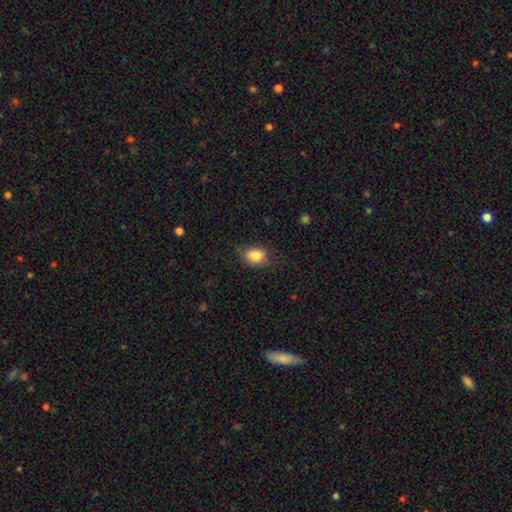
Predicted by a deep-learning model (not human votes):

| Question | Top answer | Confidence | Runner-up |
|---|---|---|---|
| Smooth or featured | smooth | 84% | star or artifact (9%) |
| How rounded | in between | 66% | round (33%) |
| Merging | none | 75% | minor disturbance (19%) |